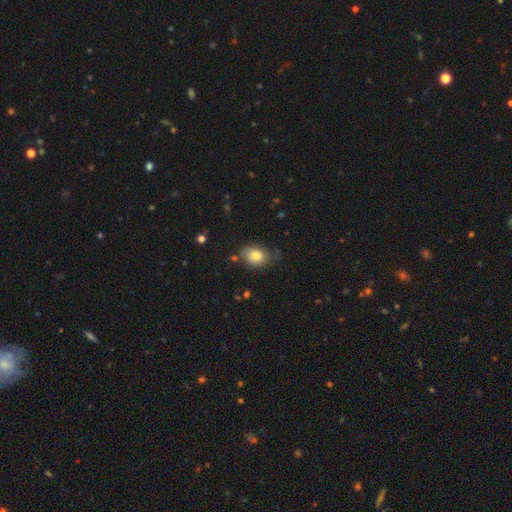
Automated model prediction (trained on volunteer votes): This is likely a smooth galaxy (77%). How rounded: likely in between (67%). Merging: likely none (68%).